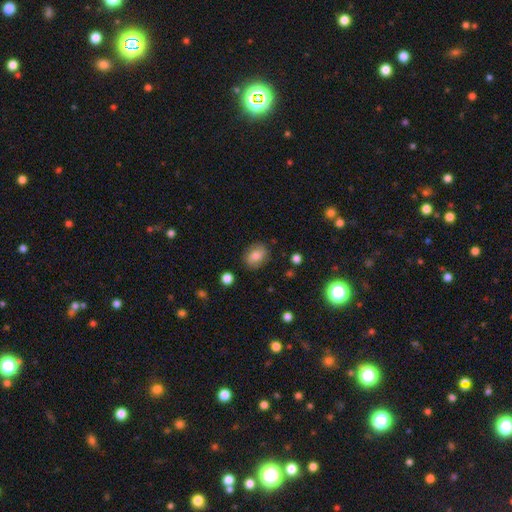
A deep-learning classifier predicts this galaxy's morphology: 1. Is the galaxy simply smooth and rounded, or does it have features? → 74% smooth, 17% featured or disk, 10% star or artifact.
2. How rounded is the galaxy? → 59% in between, 40% round, 1% cigar-shaped.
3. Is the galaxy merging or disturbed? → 82% none, 13% minor disturbance, 4% major disturbance, 2% merger.